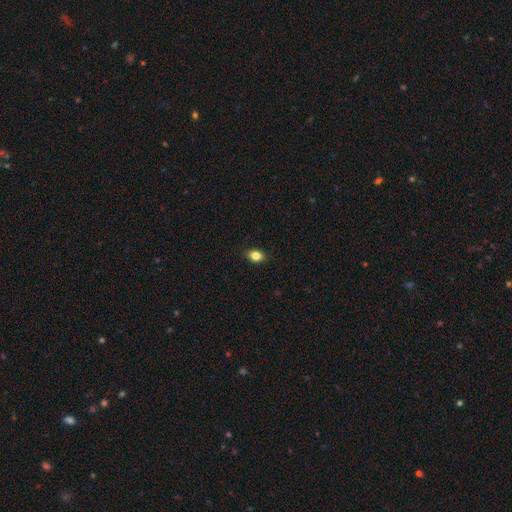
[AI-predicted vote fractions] A smooth galaxy with no disk features (84%) that is in between round and cigar-shaped (69%).

Vote fractions:
- Smooth or featured? smooth: 84% / star or artifact: 10% / featured or disk: 6%
- How rounded? in between: 69% / round: 30% / cigar-shaped: 1%
- Merging? none: 89% / minor disturbance: 8% / major disturbance: 2% / merger: 1%